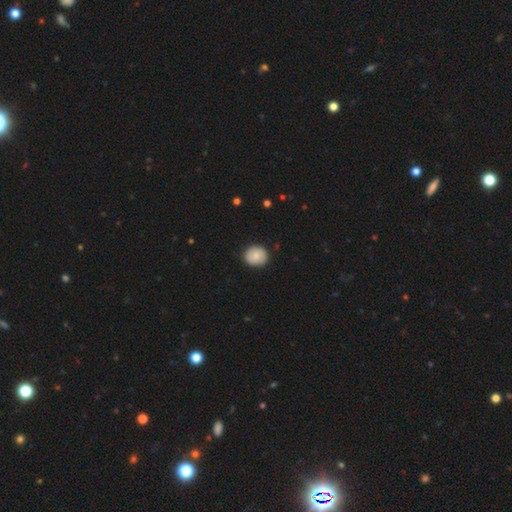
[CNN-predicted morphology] A smooth galaxy with no disk features (83%) that is round (73%). Merging: none (87%).